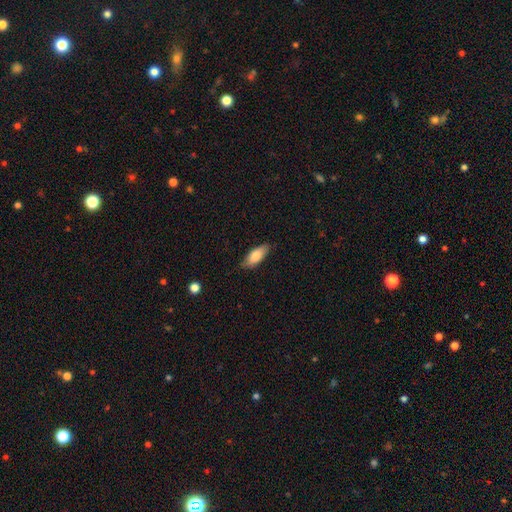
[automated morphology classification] Smooth or featured? smooth (80%)
How rounded? in between (77%)
Merging? none (78%)